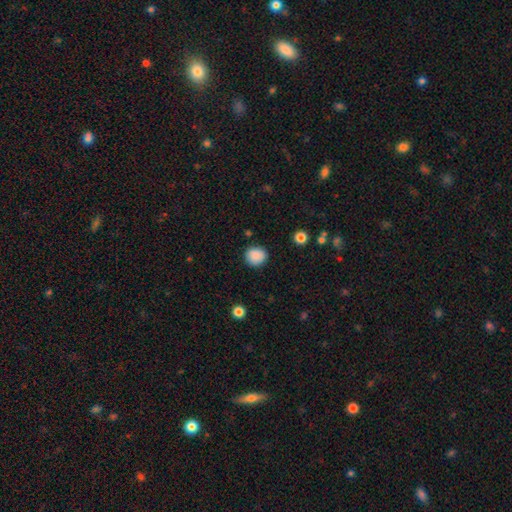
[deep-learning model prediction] Smooth or featured? Predicted: smooth (p=0.88). How rounded? Predicted: round (p=0.88). Merging? Predicted: none (p=0.89).